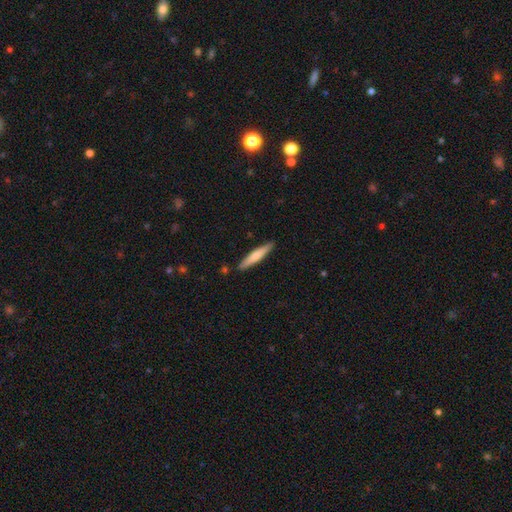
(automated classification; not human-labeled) Morphology: type=smooth (64%); roundness=cigar-shaped (92%); merging=none (89%).